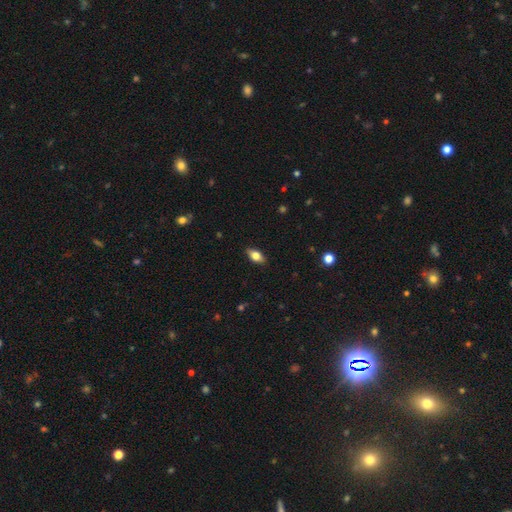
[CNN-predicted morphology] Smooth or featured: smooth — 73% (featured or disk — 19%)
How rounded: in between — 87% (cigar-shaped — 8%)
Merging: none — 87% (minor disturbance — 10%)